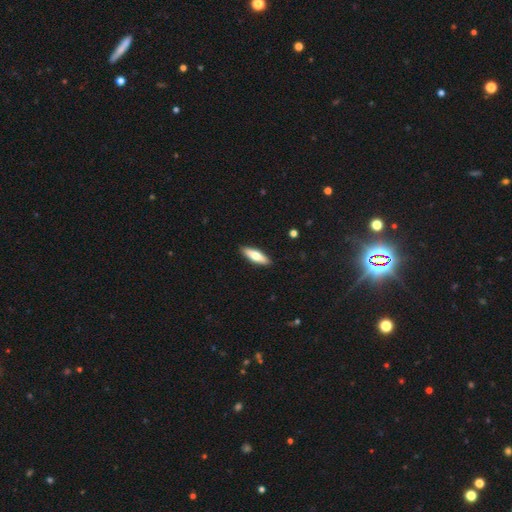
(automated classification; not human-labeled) A smooth galaxy with no disk features (61%) that is cigar-shaped (53%).

Vote fractions:
- Smooth or featured? smooth: 61% / featured or disk: 34% / star or artifact: 5%
- How rounded? cigar-shaped: 53% / in between: 45% / round: 2%
- Merging? none: 90% / minor disturbance: 7% / major disturbance: 2% / merger: 1%